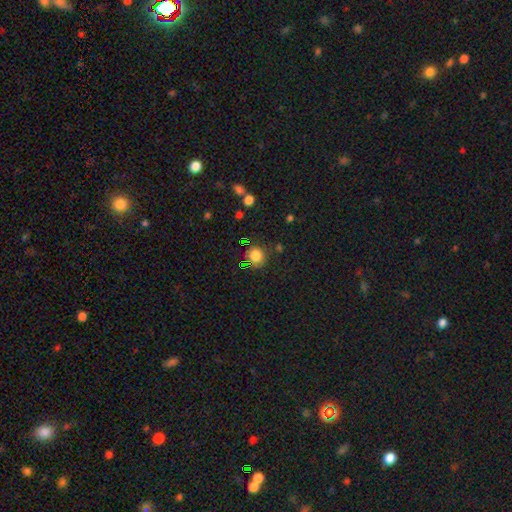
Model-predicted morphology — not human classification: Smooth or featured?
  - smooth: 75% *
  - star or artifact: 19%
  - featured or disk: 6%
How rounded?
  - round: 87% *
  - in between: 12%
  - cigar-shaped: 1%
Merging?
  - none: 81% *
  - minor disturbance: 11%
  - merger: 4%
  - major disturbance: 4%